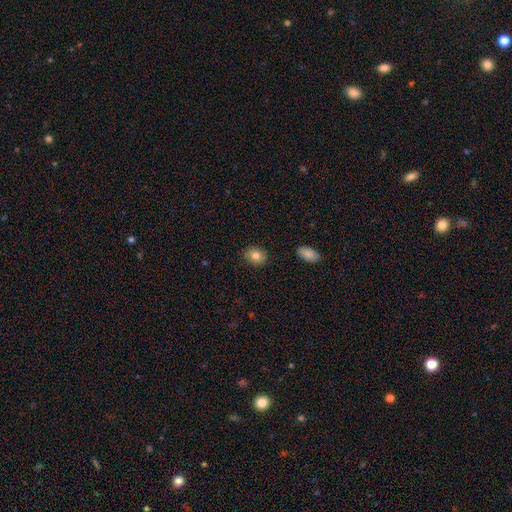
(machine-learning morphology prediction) Smooth or featured? smooth (83%)
How rounded? round (52%)
Merging? none (87%)